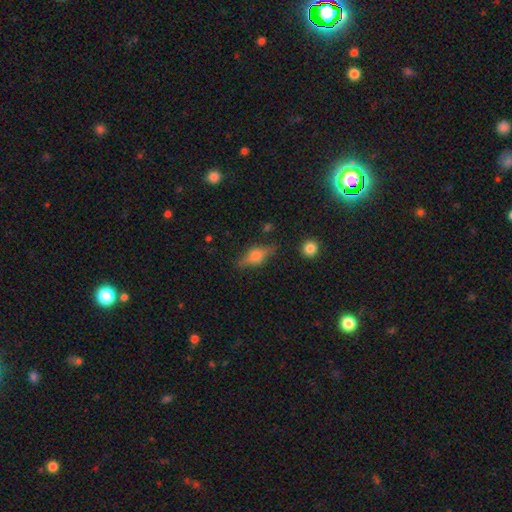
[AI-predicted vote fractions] Smooth or featured: featured or disk — 57% (smooth — 33%)
Edge-on disk: yes — 92% (no — 8%)
Edge-on bulge: rounded — 90% (boxy — 8%)
Merging: none — 81% (minor disturbance — 13%)